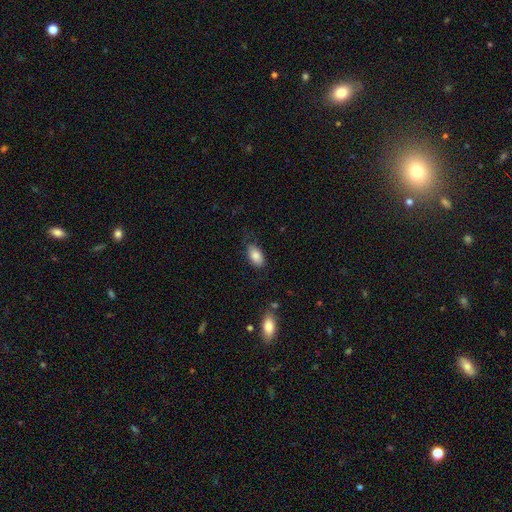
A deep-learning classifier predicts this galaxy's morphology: Smooth or featured?
  - smooth: 85% *
  - featured or disk: 8%
  - star or artifact: 7%
How rounded?
  - in between: 93% *
  - round: 4%
  - cigar-shaped: 3%
Merging?
  - none: 72% *
  - minor disturbance: 20%
  - major disturbance: 6%
  - merger: 2%